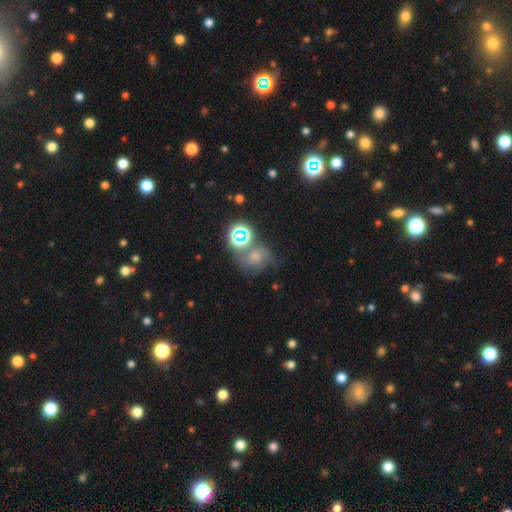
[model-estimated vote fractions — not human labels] Smooth or featured? Predicted: star or artifact (p=0.45).